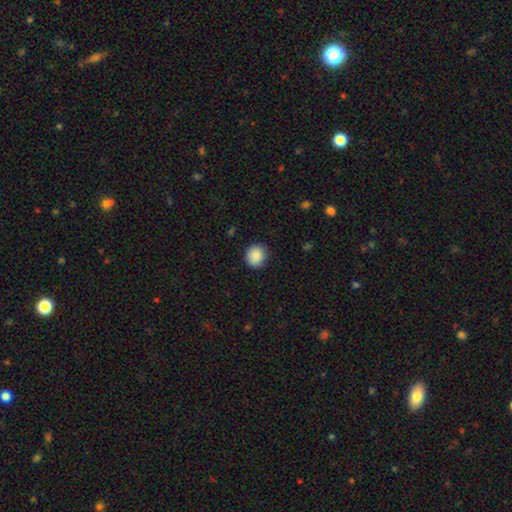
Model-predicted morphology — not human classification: Overall: smooth (88%). How rounded: round (85%). Merging: none (86%).